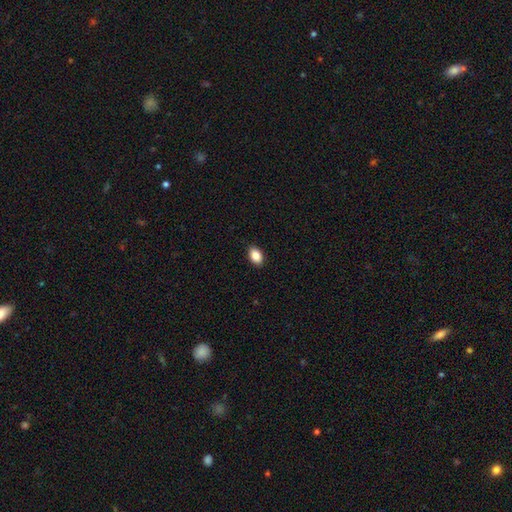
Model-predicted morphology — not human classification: This is clearly a smooth galaxy (87%). How rounded: clearly in between (87%). Merging: clearly none (89%).